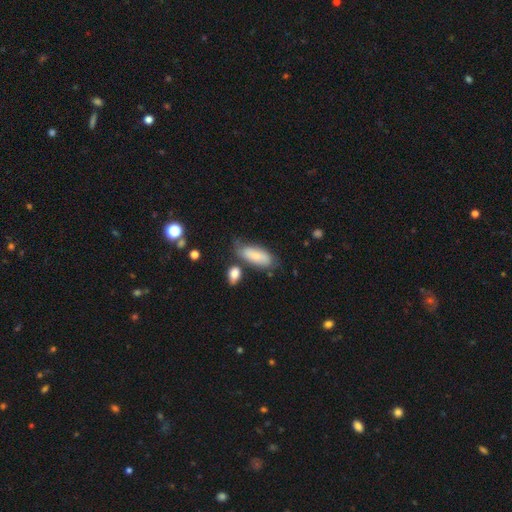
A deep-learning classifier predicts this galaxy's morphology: This appears to be a smooth galaxy with no disk features (69%) that is in between round and cigar-shaped (83%). Merging: none (51%).